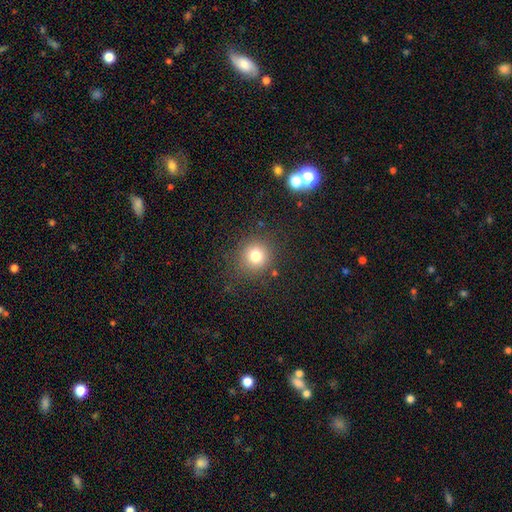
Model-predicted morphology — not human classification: smooth_or_featured: smooth (p=0.76) [alt: star or artifact p=0.15]
how_rounded: round (p=0.92) [alt: in between p=0.07]
merging: none (p=0.85) [alt: minor disturbance p=0.09]